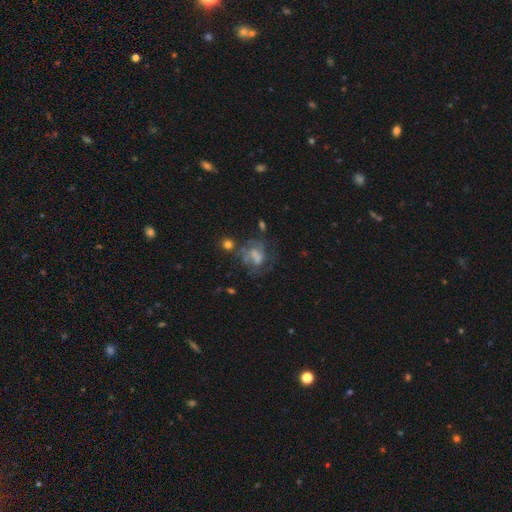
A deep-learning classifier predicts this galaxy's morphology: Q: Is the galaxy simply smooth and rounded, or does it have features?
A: featured or disk — 48%.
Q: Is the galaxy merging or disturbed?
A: none — 34%.